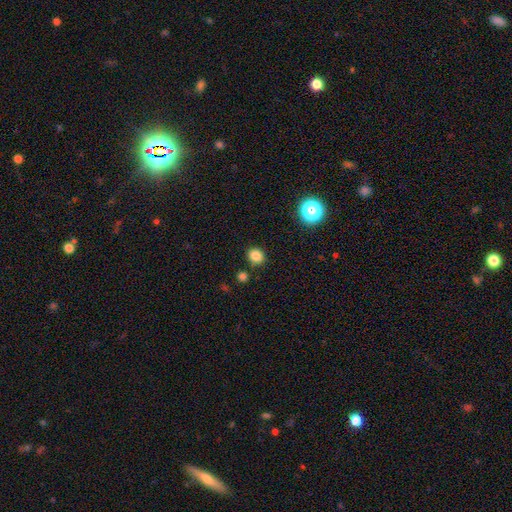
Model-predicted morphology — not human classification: Smooth or featured? smooth (83%)
How rounded? round (77%)
Merging? none (83%)